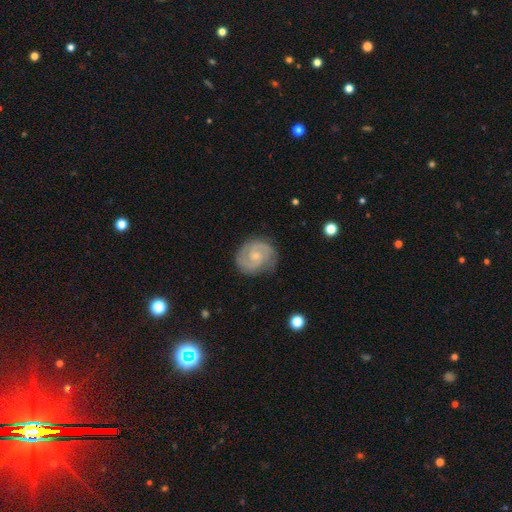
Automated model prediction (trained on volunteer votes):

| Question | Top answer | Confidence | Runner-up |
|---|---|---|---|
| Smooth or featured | featured or disk | 85% | smooth (10%) |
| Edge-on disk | no | 98% | yes (2%) |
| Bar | no | 61% | weak (34%) |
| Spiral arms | yes | 97% | no (3%) |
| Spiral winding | tight | 50% | medium (42%) |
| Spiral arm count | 2 | 87% | can't tell (5%) |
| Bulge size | small | 66% | moderate (28%) |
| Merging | none | 80% | minor disturbance (15%) |